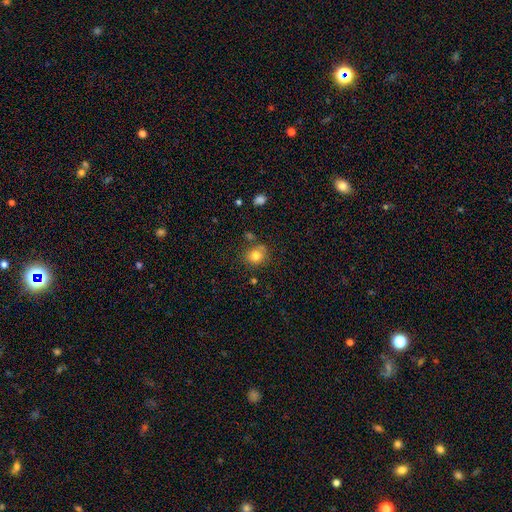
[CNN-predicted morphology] smooth_or_featured: smooth (p=0.80) [alt: star or artifact p=0.12]
how_rounded: round (p=0.77) [alt: in between p=0.22]
merging: none (p=0.74) [alt: minor disturbance p=0.15]